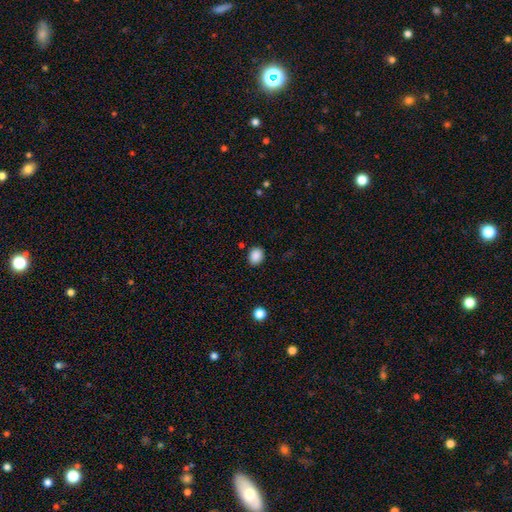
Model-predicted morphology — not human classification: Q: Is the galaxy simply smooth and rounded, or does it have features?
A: smooth — 88%.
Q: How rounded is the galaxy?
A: in between — 53%.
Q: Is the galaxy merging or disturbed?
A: none — 86%.